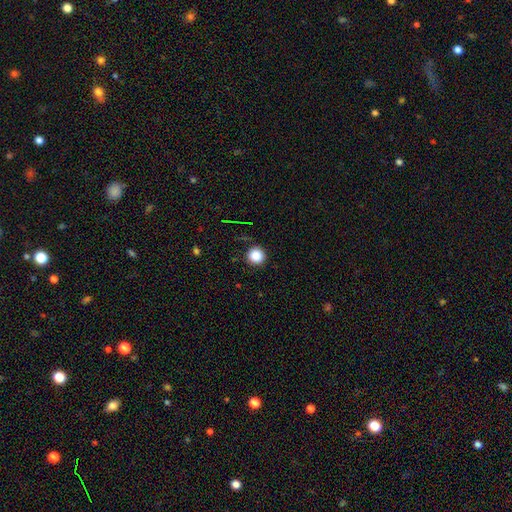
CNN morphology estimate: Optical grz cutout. It shows a smooth galaxy with no disk features (85%) that is round (95%). Merging: none (91%).